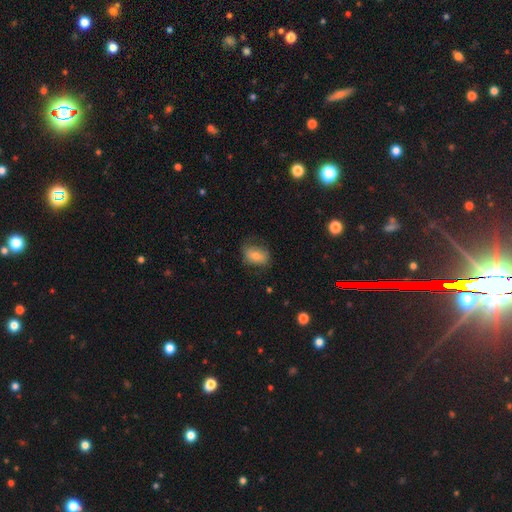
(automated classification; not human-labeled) Smooth or featured?
  - smooth: 67% *
  - featured or disk: 22%
  - star or artifact: 10%
How rounded?
  - in between: 77% *
  - round: 21%
  - cigar-shaped: 2%
Merging?
  - none: 61% *
  - minor disturbance: 26%
  - major disturbance: 12%
  - merger: 1%